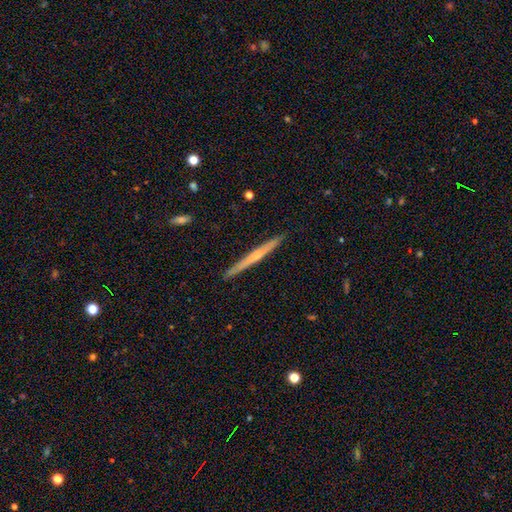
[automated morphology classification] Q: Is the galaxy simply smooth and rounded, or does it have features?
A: featured or disk — 63%.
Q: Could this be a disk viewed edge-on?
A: yes — 98%.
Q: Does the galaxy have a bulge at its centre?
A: none — 49%.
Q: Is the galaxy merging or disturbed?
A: none — 91%.